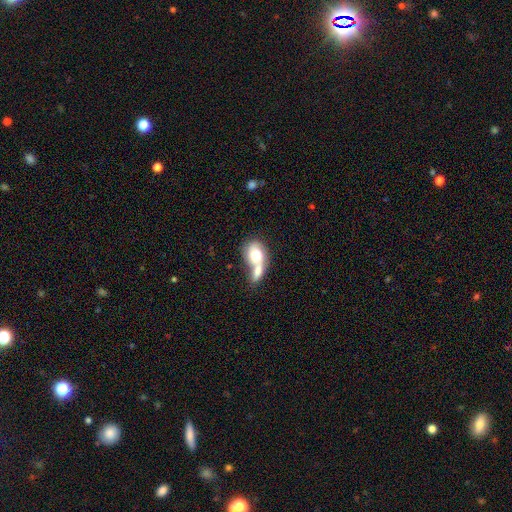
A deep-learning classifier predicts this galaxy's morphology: Smooth or featured? smooth (67%)
How rounded? in between (68%)
Merging? merger (73%)